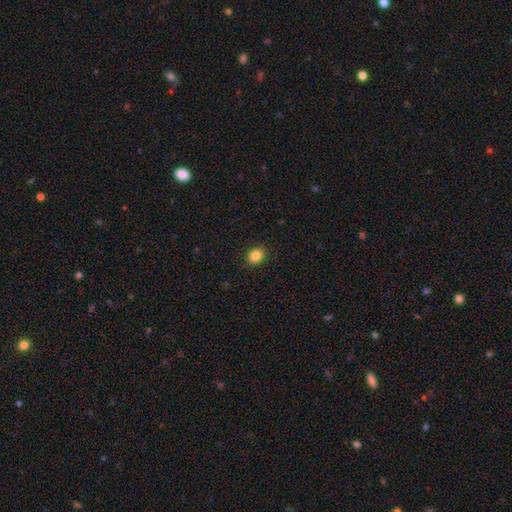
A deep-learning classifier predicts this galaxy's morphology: This is clearly a smooth galaxy (85%). How rounded: possibly round (57%). Merging: clearly none (89%).